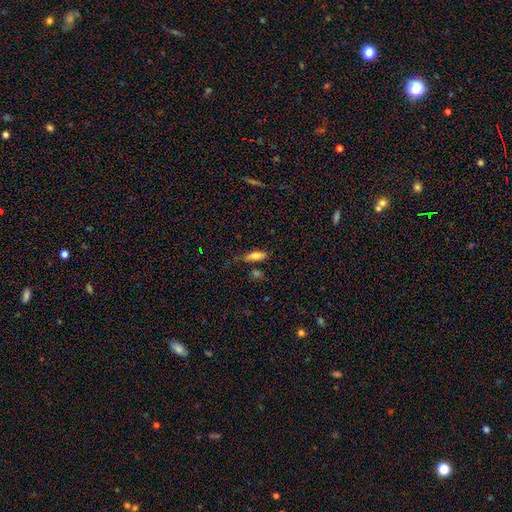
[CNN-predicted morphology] This appears to be a smooth galaxy with no disk features (74%) that is in between round and cigar-shaped (58%). Merging: none (64%).